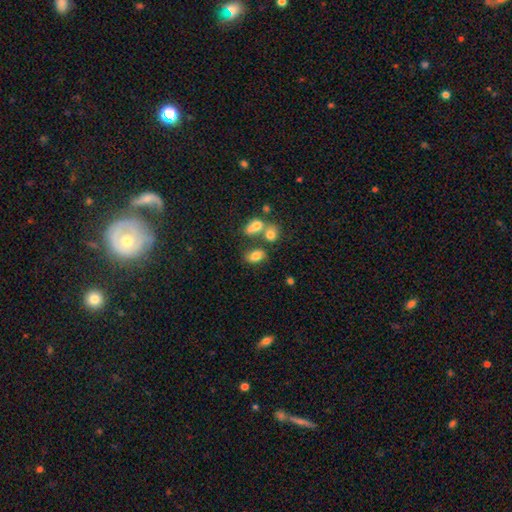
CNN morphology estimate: This appears to be a smooth galaxy with no disk features (79%) that is in between round and cigar-shaped (84%). Merging: none (56%).